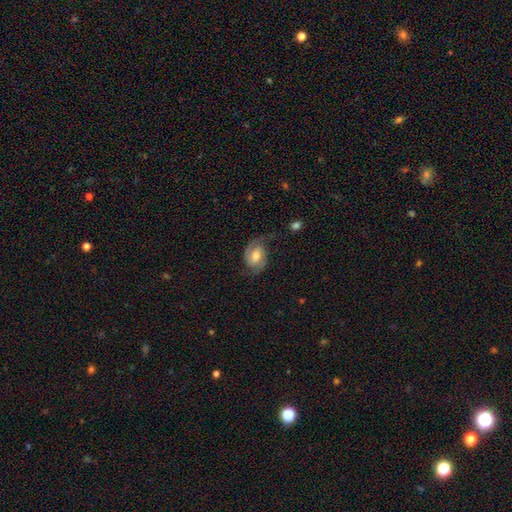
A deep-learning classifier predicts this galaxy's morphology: This is likely a featured or disk galaxy (79%). It is clearly not viewed edge-on (97%). Bar: possibly weak (48%). Spiral arm pattern: clearly yes (96%). Spiral arm count: clearly 2 (88%). Spiral winding: possibly medium (50%). Central bulge: likely moderate (64%). Merging: likely none (69%).